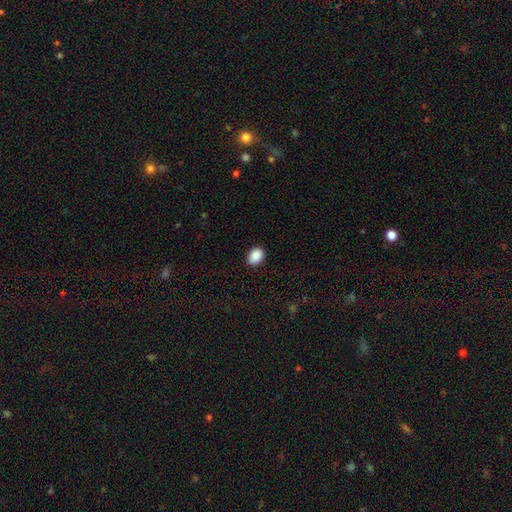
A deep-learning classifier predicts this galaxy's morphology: A smooth galaxy with no disk features (89%) that is in between round and cigar-shaped (72%). Merging: none (89%).